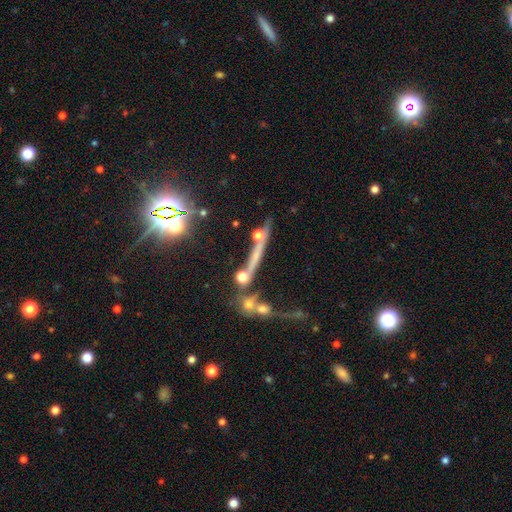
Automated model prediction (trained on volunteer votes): smooth_or_featured: featured or disk (p=0.40) [alt: star or artifact p=0.31]
merging: none (p=0.51) [alt: merger p=0.26]